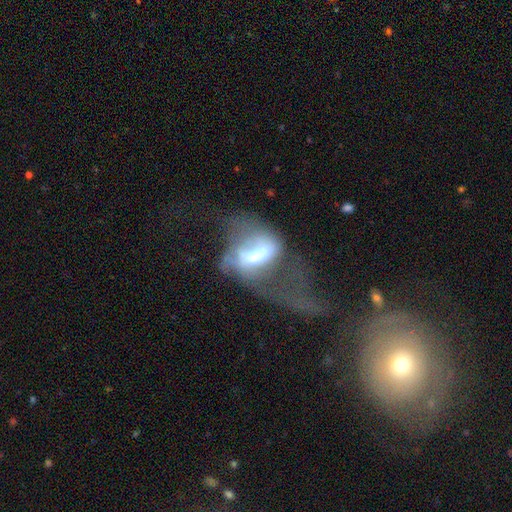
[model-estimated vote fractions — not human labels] The model was most divided on "bar": no: 46%, weak: 33%, strong: 21%. More confident: edge-on disk — no (92%); spiral arms — no (65%); merging — major disturbance (62%); smooth or featured — featured or disk (57%); bulge size — moderate (53%).